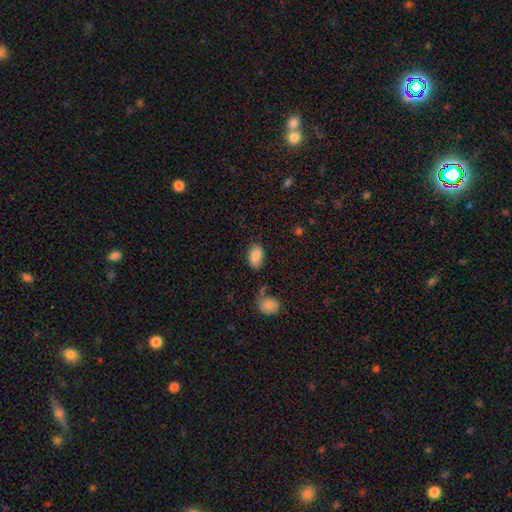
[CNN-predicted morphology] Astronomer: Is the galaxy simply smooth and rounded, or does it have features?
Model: smooth — 84%.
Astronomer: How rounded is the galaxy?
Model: in between — 92%.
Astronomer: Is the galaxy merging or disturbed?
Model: none — 73%.